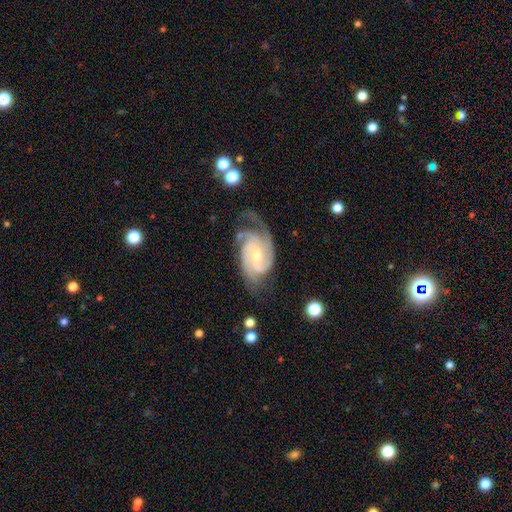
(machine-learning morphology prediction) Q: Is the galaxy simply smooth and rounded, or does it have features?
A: featured or disk — 92%.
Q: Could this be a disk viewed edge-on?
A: no — 98%.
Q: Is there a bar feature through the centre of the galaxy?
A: no — 44%.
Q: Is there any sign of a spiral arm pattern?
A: yes — 98%.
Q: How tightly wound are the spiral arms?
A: tight — 54%.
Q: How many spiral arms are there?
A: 3 — 43%.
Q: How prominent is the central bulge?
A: small — 58%.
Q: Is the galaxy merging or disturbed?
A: none — 63%.